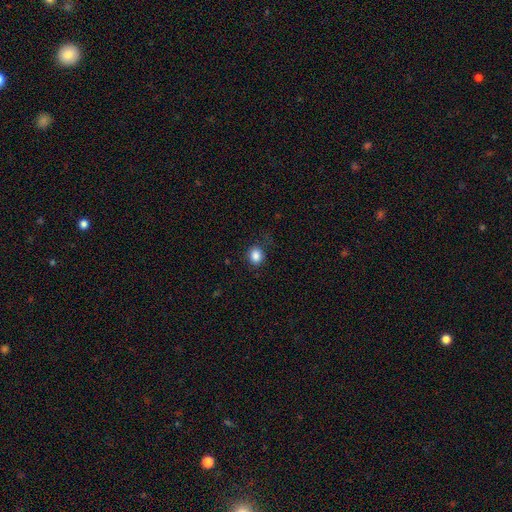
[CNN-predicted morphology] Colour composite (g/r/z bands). It shows a smooth galaxy with no disk features (86%) that is round (67%). Merging: none (82%).